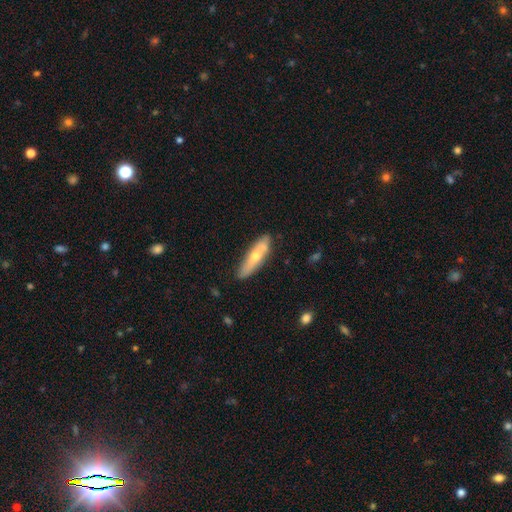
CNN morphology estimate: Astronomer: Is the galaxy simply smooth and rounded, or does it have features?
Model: smooth — 52% (runner-up: featured or disk, 42%).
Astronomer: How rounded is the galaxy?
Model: cigar-shaped — 68%.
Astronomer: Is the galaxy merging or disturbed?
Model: none — 79%.